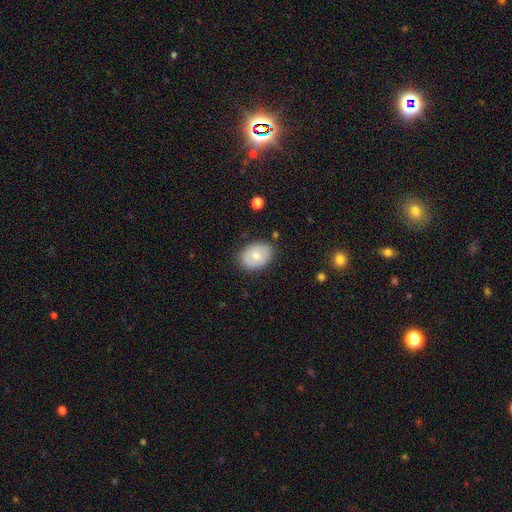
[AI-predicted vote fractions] Smooth or featured? smooth (72%)
How rounded? in between (76%)
Merging? none (80%)